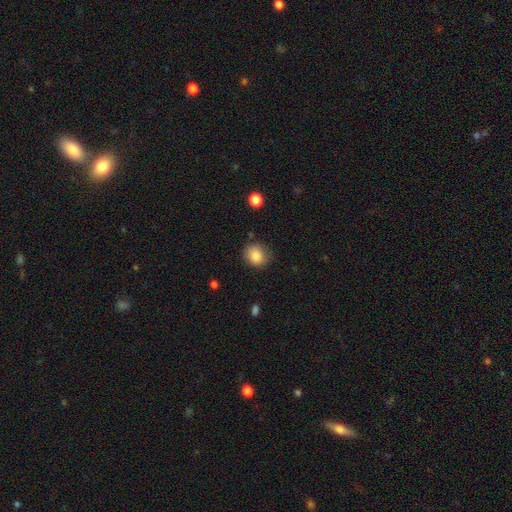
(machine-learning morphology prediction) smooth-or-featured: smooth: 86% | star or artifact: 9% | featured or disk: 5%
  how-rounded: round: 74% | in between: 25% | cigar-shaped: 1%
  merging: none: 77% | minor disturbance: 17% | major disturbance: 4% | merger: 2%